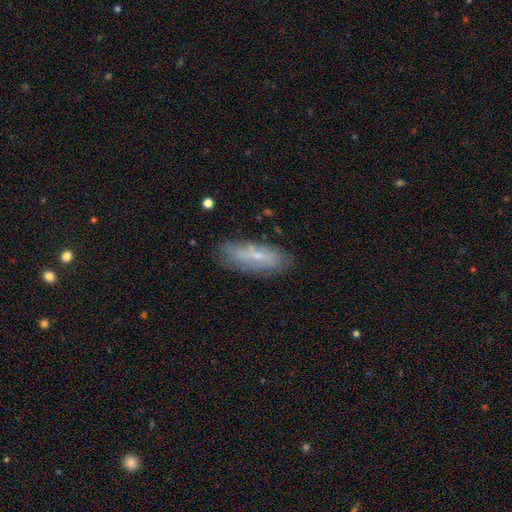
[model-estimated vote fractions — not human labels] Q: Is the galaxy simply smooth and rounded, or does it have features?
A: featured or disk — 48%.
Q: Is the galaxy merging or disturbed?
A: none — 75%.